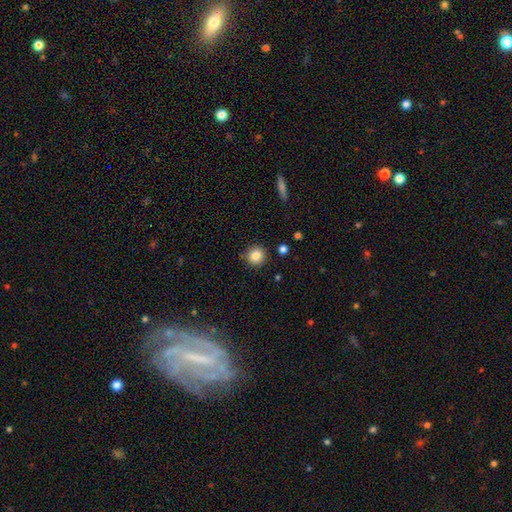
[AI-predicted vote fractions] Smooth or featured? smooth (85%)
How rounded? round (93%)
Merging? none (88%)